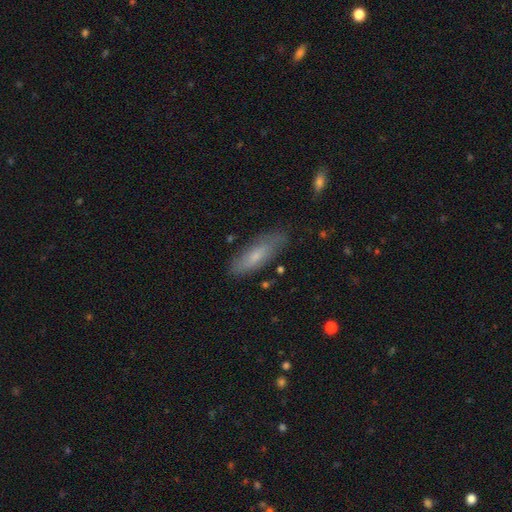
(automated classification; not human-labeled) Smooth or featured? Predicted: smooth (p=0.62). How rounded? Predicted: in between (p=0.53). Merging? Predicted: none (p=0.78).